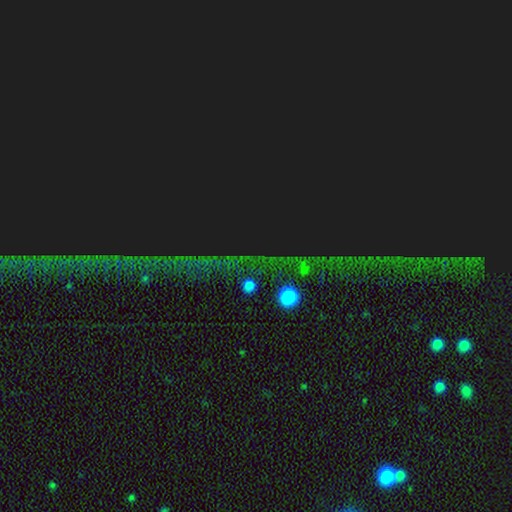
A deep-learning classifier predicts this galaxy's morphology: Smooth or featured? star or artifact (84%)